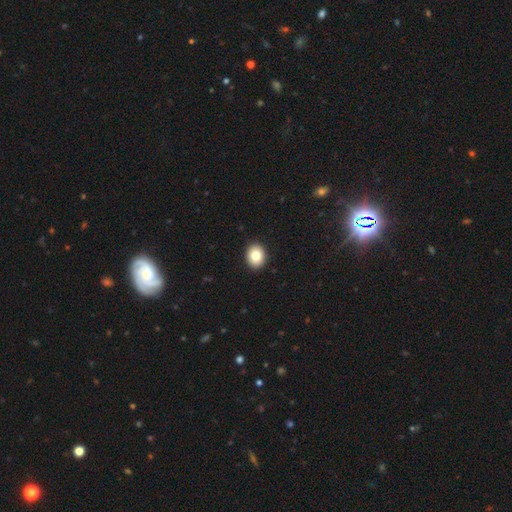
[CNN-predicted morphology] Q: Smooth or featured?
A: smooth (83%); runner-up: star or artifact (9%)
Q: How rounded?
A: round (52%); runner-up: in between (47%)
Q: Merging?
A: none (92%); runner-up: minor disturbance (6%)